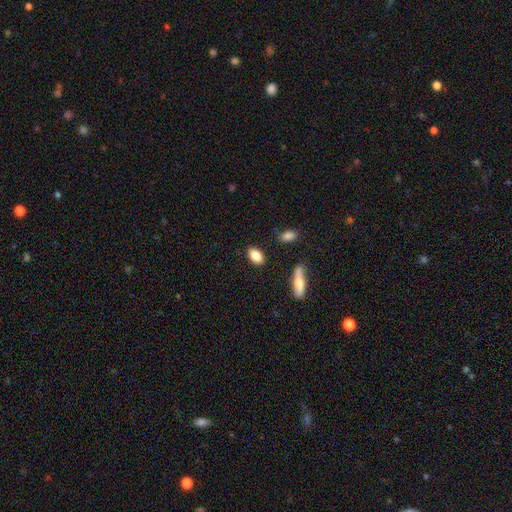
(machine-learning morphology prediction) This appears to be a smooth galaxy with no disk features (85%) that is in between round and cigar-shaped (88%). Merging: none (86%).